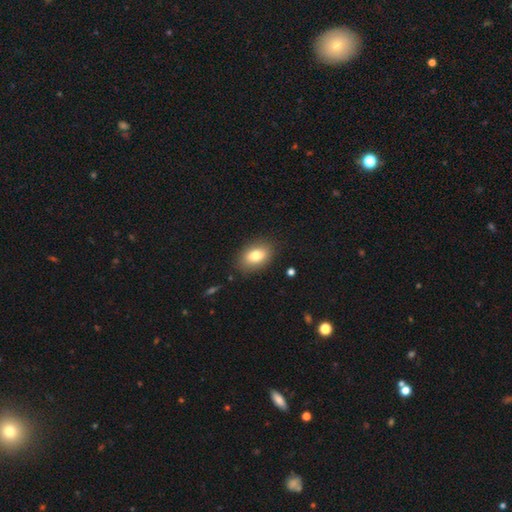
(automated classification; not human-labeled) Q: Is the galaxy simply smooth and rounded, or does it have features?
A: smooth — 79%.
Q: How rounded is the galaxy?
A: in between — 82%.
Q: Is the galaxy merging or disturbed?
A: none — 85%.